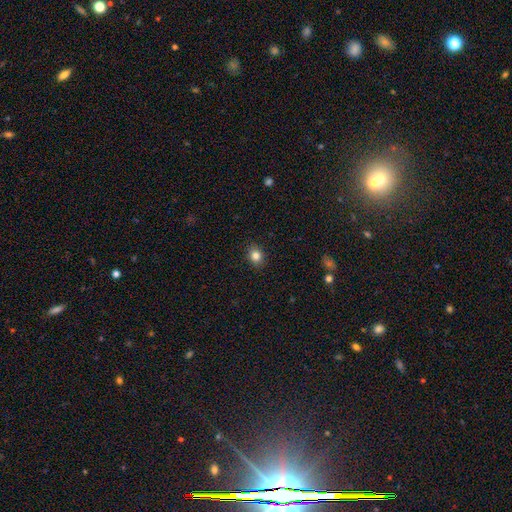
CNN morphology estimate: Smooth or featured: smooth — 83% (star or artifact — 11%)
How rounded: round — 63% (in between — 36%)
Merging: none — 90% (minor disturbance — 7%)